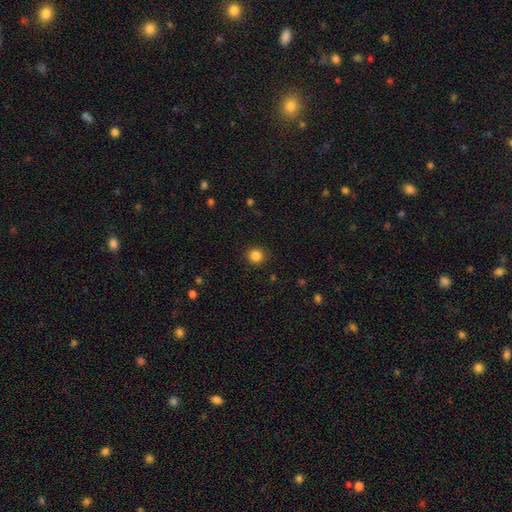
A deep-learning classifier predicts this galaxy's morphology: type=smooth (85%); roundness=round (91%); merging=none (90%).